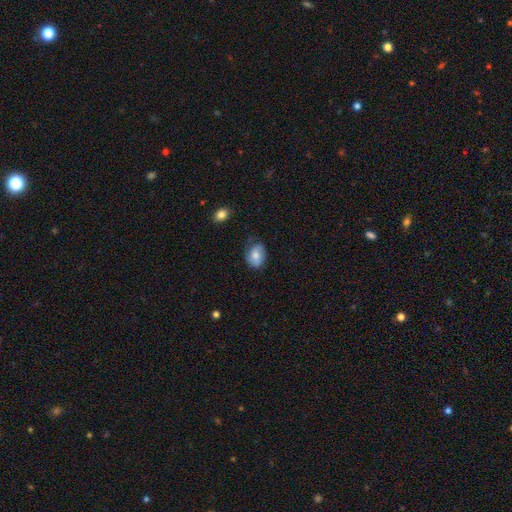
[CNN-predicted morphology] smooth_or_featured: smooth (p=0.70) [alt: featured or disk p=0.22]
how_rounded: in between (p=0.72) [alt: round p=0.27]
merging: none (p=0.62) [alt: minor disturbance p=0.29]